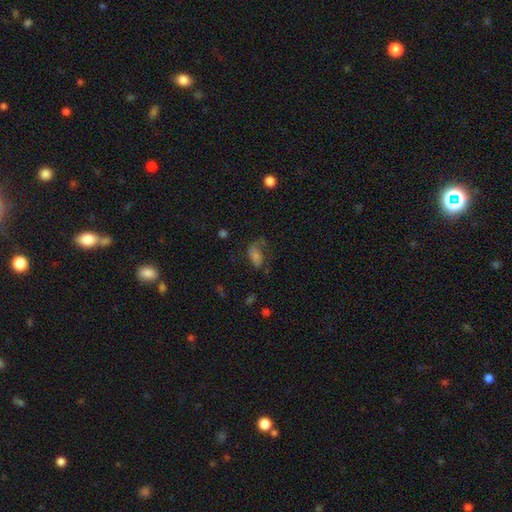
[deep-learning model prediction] Smooth or featured?
  - smooth: 46% *
  - featured or disk: 36%
  - star or artifact: 18%
Merging?
  - none: 42% *
  - major disturbance: 32%
  - minor disturbance: 24%
  - merger: 3%